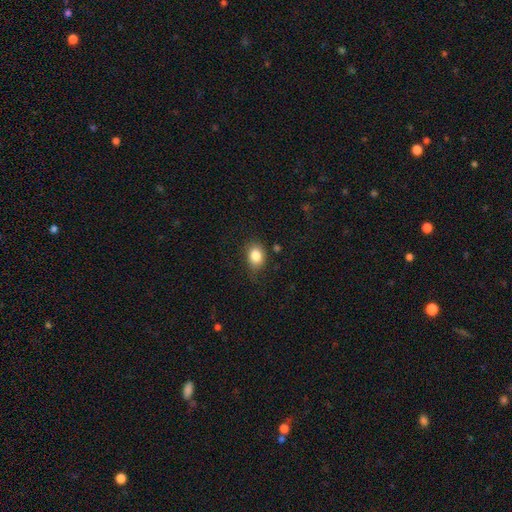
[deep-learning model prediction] Smooth or featured? smooth (84%)
How rounded? in between (64%)
Merging? none (75%)